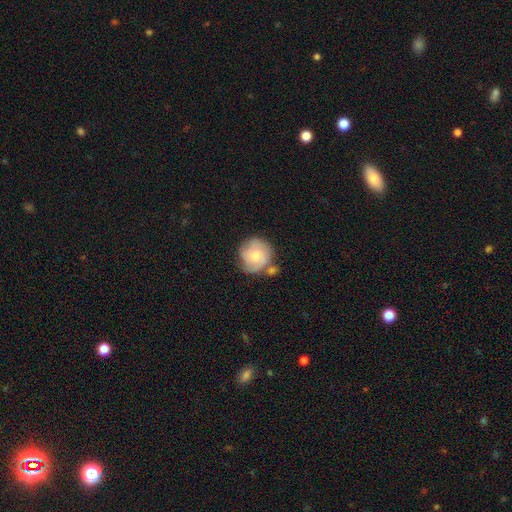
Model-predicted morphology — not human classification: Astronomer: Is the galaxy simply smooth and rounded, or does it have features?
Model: smooth — 50% (runner-up: featured or disk, 44%).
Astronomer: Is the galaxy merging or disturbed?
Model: none — 56%.